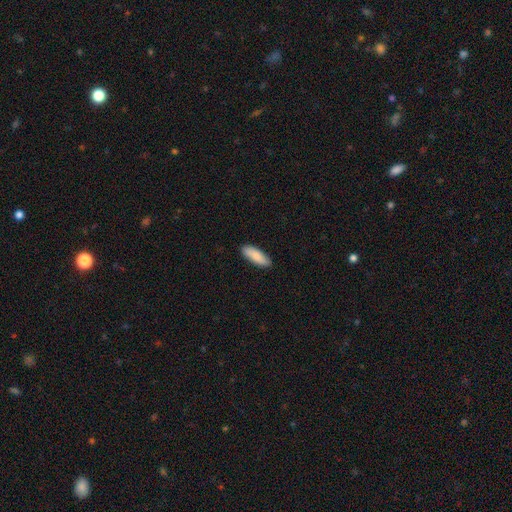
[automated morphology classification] smooth 85%, featured or disk 10%, star or artifact 5%. Down the decision tree: how rounded — in between (60%); merging — none (87%).